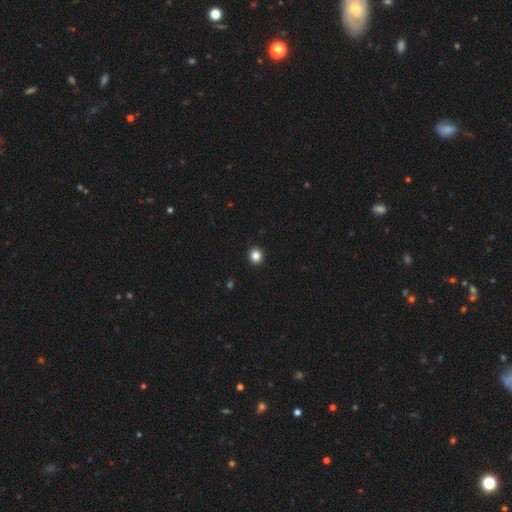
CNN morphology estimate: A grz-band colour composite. It shows a smooth galaxy with no disk features (86%) that is round (88%). Merging: none (93%).